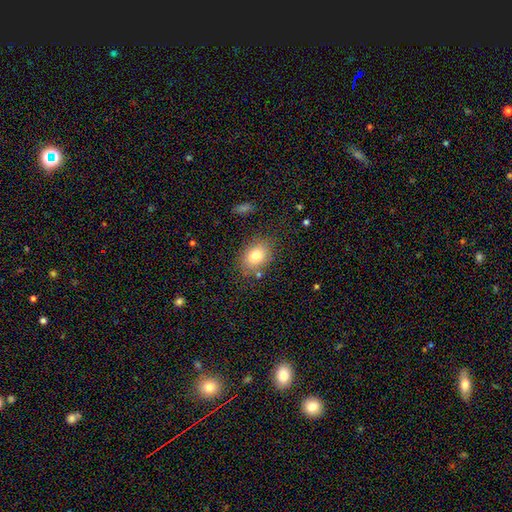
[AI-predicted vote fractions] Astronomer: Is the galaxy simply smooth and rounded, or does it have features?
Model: smooth — 79%.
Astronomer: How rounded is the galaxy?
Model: in between — 71%.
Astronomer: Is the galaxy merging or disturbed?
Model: none — 79%.